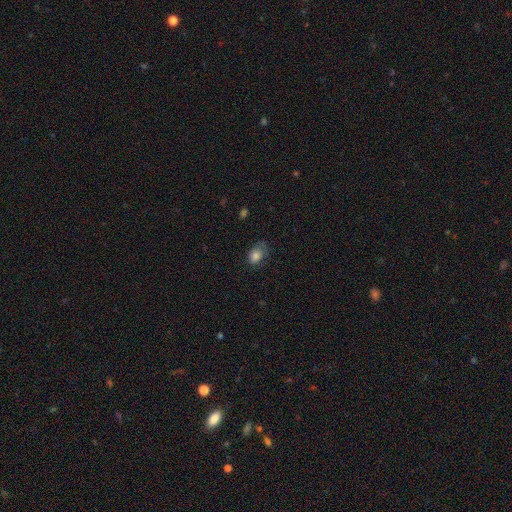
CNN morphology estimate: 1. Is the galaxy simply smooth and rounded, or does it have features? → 81% smooth, 10% star or artifact, 9% featured or disk.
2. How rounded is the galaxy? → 79% in between, 20% round, 1% cigar-shaped.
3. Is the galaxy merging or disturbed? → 54% none, 31% minor disturbance, 13% major disturbance, 2% merger.